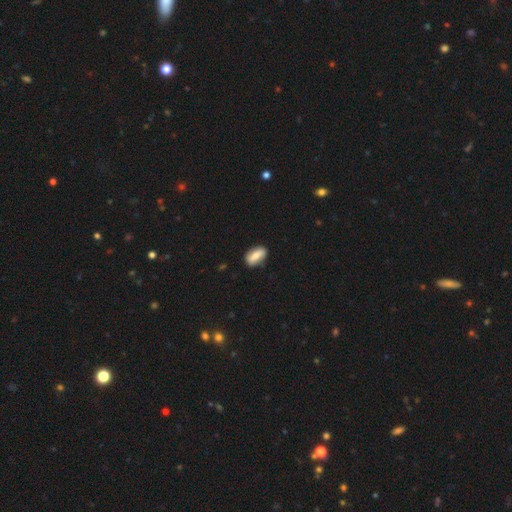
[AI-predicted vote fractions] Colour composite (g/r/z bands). It shows a smooth galaxy with no disk features (61%) that is in between round and cigar-shaped (86%). Merging: none (80%).